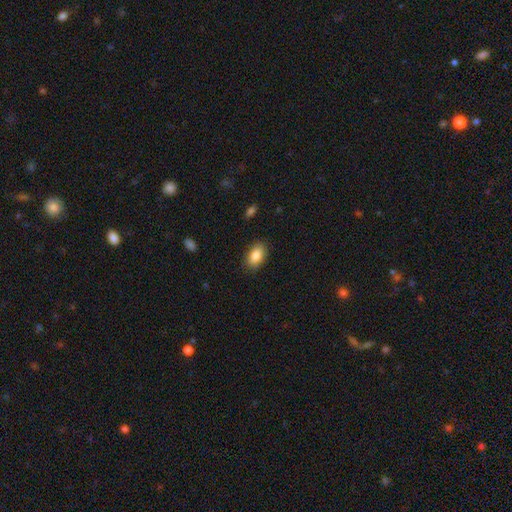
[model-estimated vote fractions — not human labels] Q: Smooth or featured?
A: smooth (86%); runner-up: star or artifact (7%)
Q: How rounded?
A: in between (91%); runner-up: round (8%)
Q: Merging?
A: none (86%); runner-up: minor disturbance (10%)